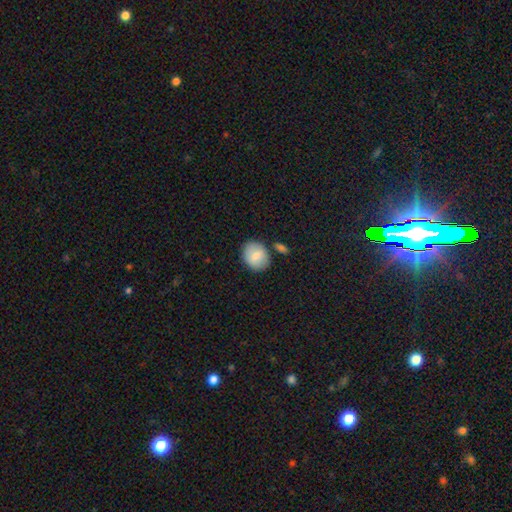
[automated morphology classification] This is likely a smooth galaxy (79%). How rounded: possibly round (56%). Merging: likely none (74%).